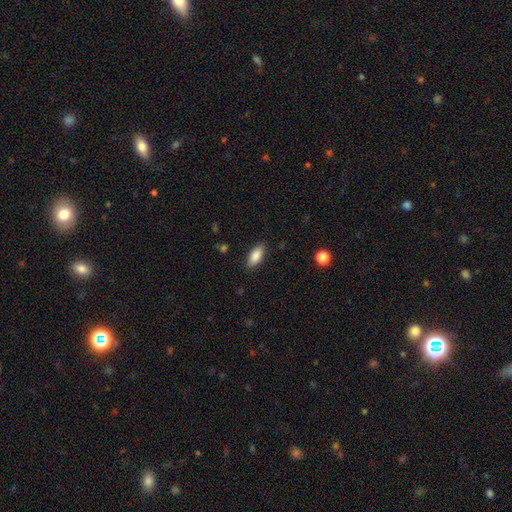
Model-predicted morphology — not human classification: smooth 87%, star or artifact 7%, featured or disk 6%. Down the decision tree: how rounded — in between (85%); merging — none (87%).